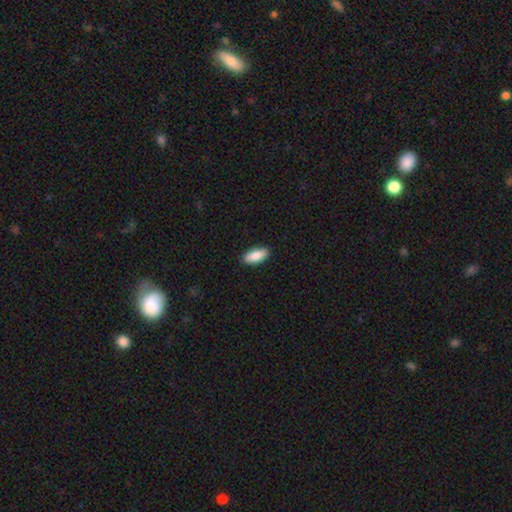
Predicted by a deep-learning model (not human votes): This appears to be a smooth galaxy with no disk features (88%) that is in between round and cigar-shaped (85%). Merging: none (90%).